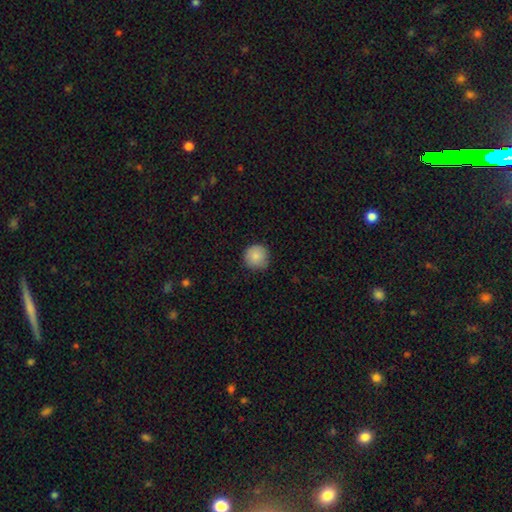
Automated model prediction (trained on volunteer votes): The model was most divided on "merging": none: 85%, minor disturbance: 12%, major disturbance: 2%, merger: 1%. More confident: how rounded — round (95%); smooth or featured — smooth (86%).